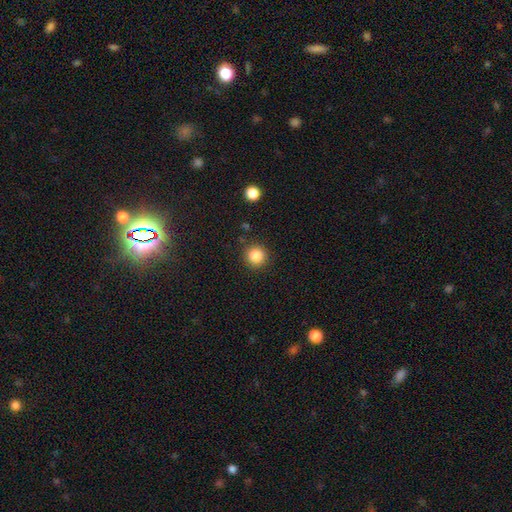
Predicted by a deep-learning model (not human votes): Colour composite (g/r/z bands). It shows a smooth galaxy with no disk features (85%) that is round (94%). Merging: none (89%).